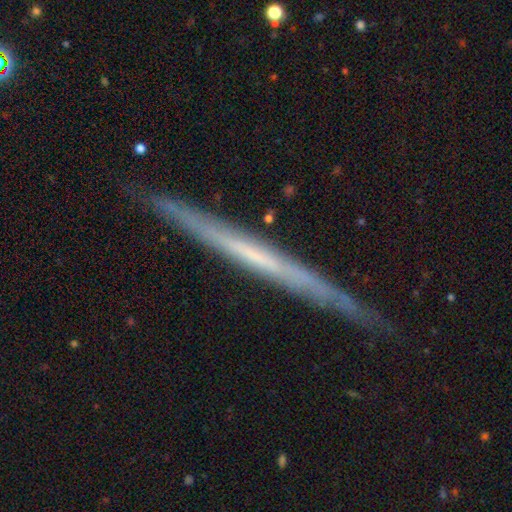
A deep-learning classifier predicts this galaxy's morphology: Smooth or featured?
  - featured or disk: 66% *
  - smooth: 27%
  - star or artifact: 7%
Edge-on disk?
  - yes: 96% *
  - no: 4%
Edge-on bulge?
  - none: 88% *
  - rounded: 7%
  - boxy: 5%
Merging?
  - none: 87% *
  - minor disturbance: 10%
  - major disturbance: 2%
  - merger: 1%